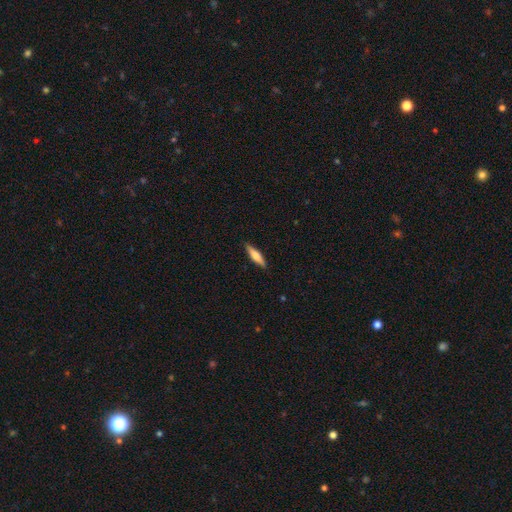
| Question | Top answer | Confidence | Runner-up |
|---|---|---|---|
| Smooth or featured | smooth | 59% | featured or disk (35%) |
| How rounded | cigar-shaped | 68% | in between (27%) |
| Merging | none | 89% | minor disturbance (6%) |